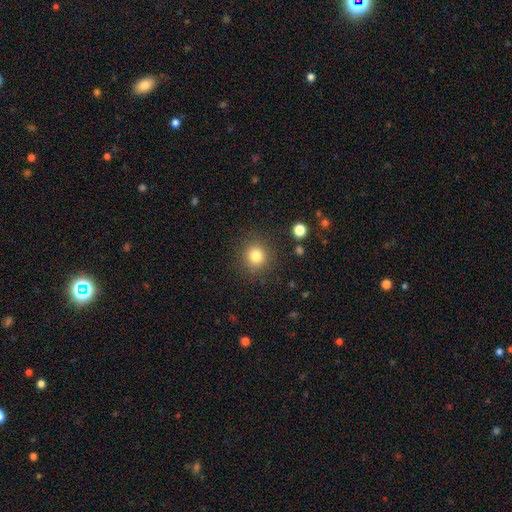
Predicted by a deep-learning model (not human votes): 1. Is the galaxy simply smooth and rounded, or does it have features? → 81% smooth, 12% star or artifact, 7% featured or disk.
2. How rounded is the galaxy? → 89% round, 10% in between, 1% cigar-shaped.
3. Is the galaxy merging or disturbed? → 87% none, 8% minor disturbance, 3% major disturbance, 2% merger.